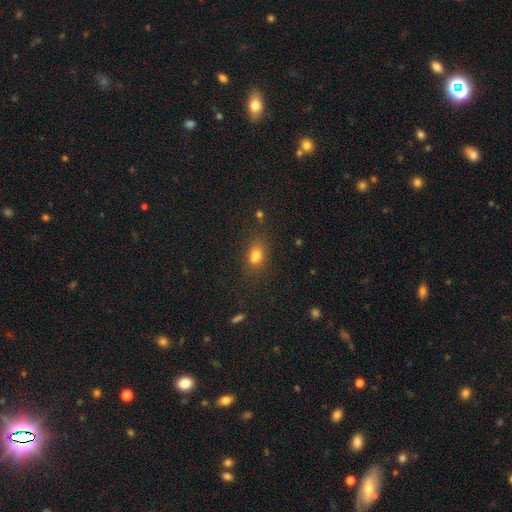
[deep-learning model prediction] Smooth or featured? Predicted: smooth (p=0.72). How rounded? Predicted: in between (p=0.69). Merging? Predicted: none (p=0.54).